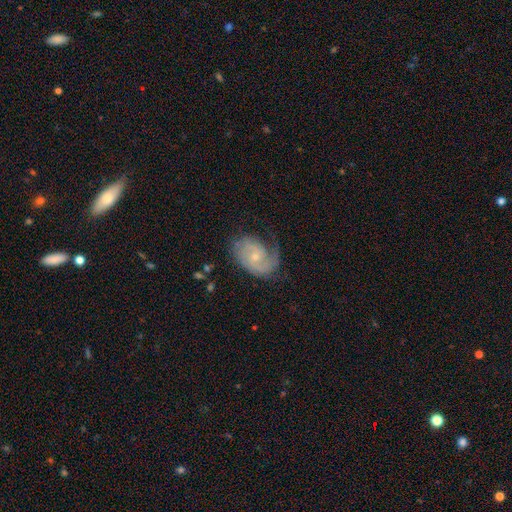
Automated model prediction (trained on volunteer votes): This appears to be a featured or disk galaxy (82%) with no bar (69%), 2 (49%) tight (47%) spiral arms (95%) and a small central bulge (67%). Merging: none (61%).